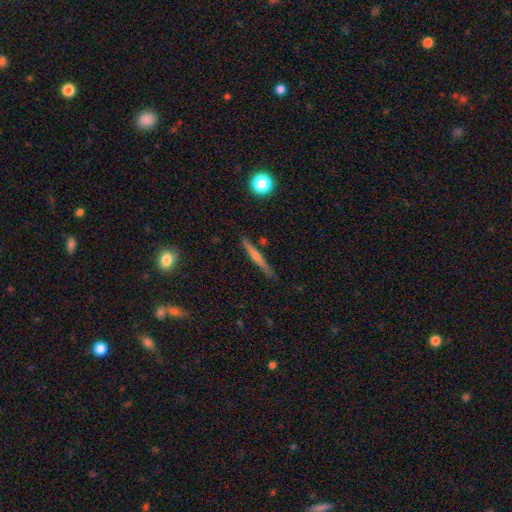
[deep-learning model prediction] Smooth or featured: featured or disk — 52% (smooth — 40%)
Edge-on disk: yes — 96% (no — 4%)
Edge-on bulge: rounded — 55% (none — 36%)
Merging: none — 86% (minor disturbance — 10%)